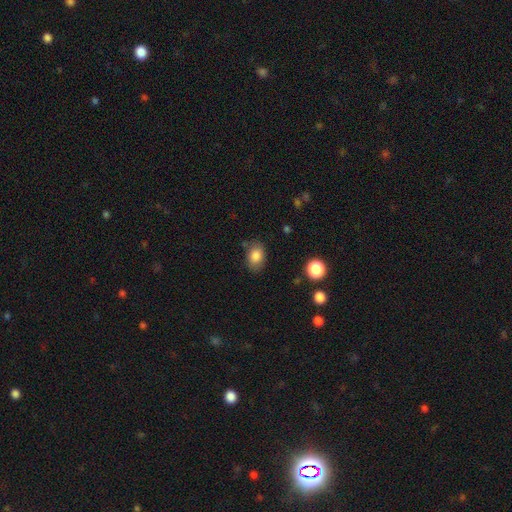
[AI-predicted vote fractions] Smooth or featured: smooth — 84% (star or artifact — 9%)
How rounded: in between — 73% (round — 26%)
Merging: none — 74% (minor disturbance — 18%)